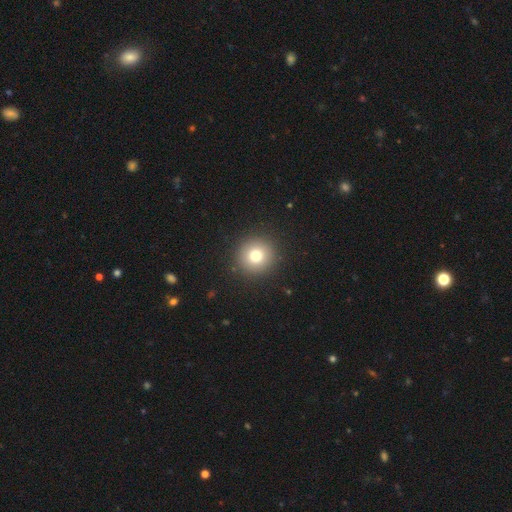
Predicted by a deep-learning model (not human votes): Q: Smooth or featured?
A: smooth (77%); runner-up: star or artifact (12%)
Q: How rounded?
A: round (95%); runner-up: in between (4%)
Q: Merging?
A: none (92%); runner-up: minor disturbance (5%)